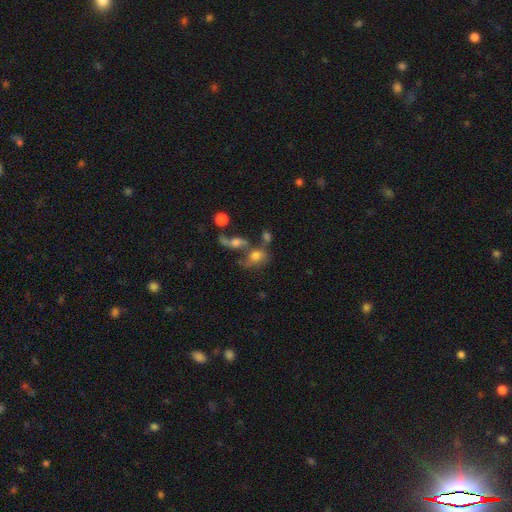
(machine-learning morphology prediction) smooth-or-featured: smooth: 61% | featured or disk: 26% | star or artifact: 13%
  how-rounded: in between: 63% | round: 33% | cigar-shaped: 4%
  merging: merger: 38% | none: 33% | minor disturbance: 14% | major disturbance: 14%